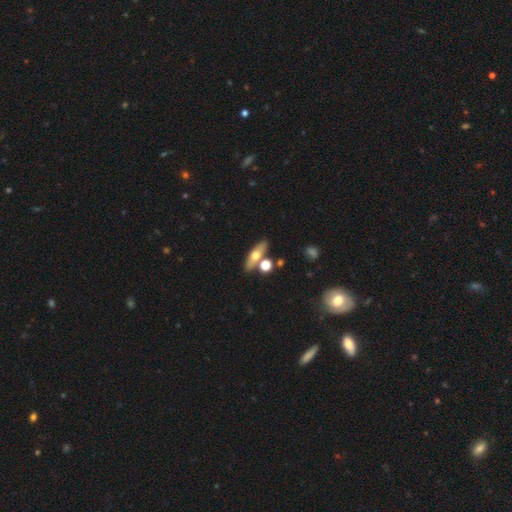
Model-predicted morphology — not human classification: This appears to be a smooth galaxy with no disk features (51%) that is in between round and cigar-shaped (47%). Merging: none (73%).